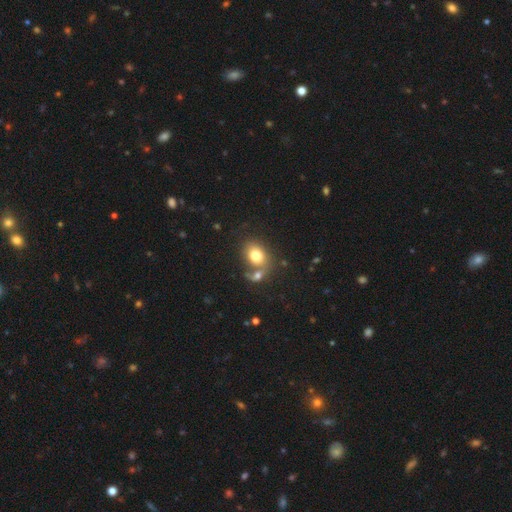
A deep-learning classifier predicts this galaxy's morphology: type=smooth (78%); roundness=in between (62%); merging=none (48%).